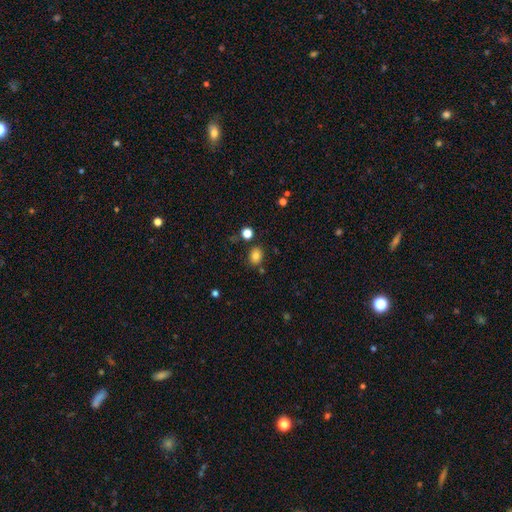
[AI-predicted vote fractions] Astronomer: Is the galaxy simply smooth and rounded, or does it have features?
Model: smooth — 81%.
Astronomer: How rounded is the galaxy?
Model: in between — 50% (runner-up: round, 49%).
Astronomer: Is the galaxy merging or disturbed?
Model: none — 79%.